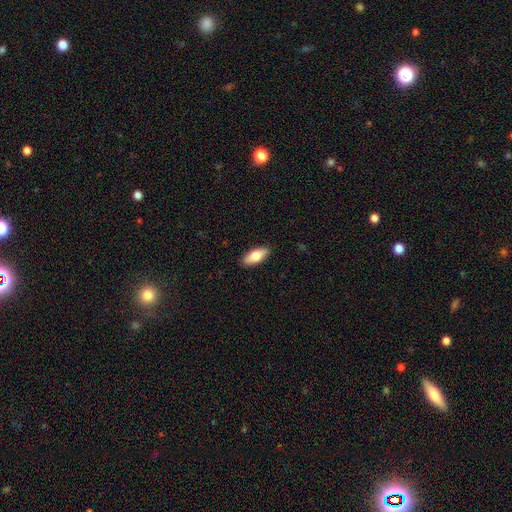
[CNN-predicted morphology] smooth 76%, featured or disk 19%, star or artifact 6%. Down the decision tree: how rounded — in between (80%); merging — none (89%).